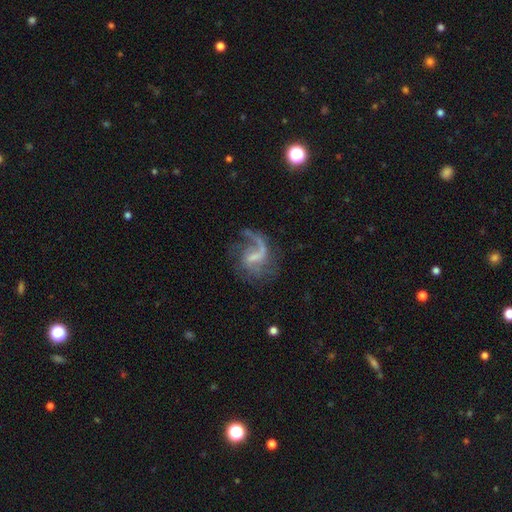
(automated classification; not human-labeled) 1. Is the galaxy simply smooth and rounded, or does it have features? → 82% featured or disk, 10% smooth, 8% star or artifact.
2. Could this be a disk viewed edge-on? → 98% no, 2% yes.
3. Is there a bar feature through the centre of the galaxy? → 56% weak, 25% no, 19% strong.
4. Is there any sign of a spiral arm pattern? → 91% yes, 9% no.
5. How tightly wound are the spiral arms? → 61% loose, 31% medium, 8% tight.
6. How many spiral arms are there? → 57% 1, 31% 2, 6% can't tell, 3% 3, 2% 4, 2% more than 4.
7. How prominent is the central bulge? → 41% small, 32% none, 22% moderate, 3% large, 1% dominant.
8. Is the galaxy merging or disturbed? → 46% none, 33% major disturbance, 17% minor disturbance, 4% merger.